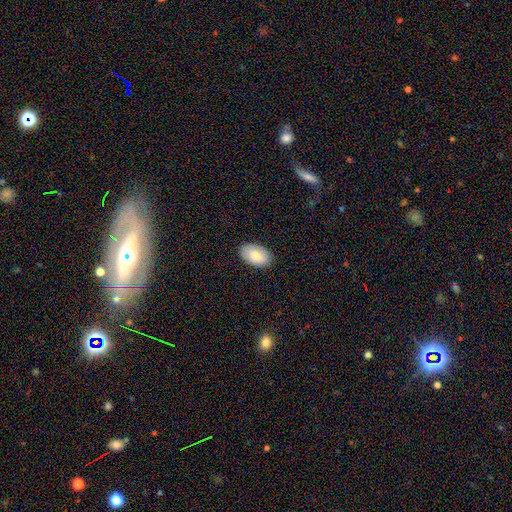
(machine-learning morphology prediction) Q: Smooth or featured?
A: smooth (82%); runner-up: featured or disk (12%)
Q: How rounded?
A: in between (94%); runner-up: round (5%)
Q: Merging?
A: none (87%); runner-up: minor disturbance (10%)